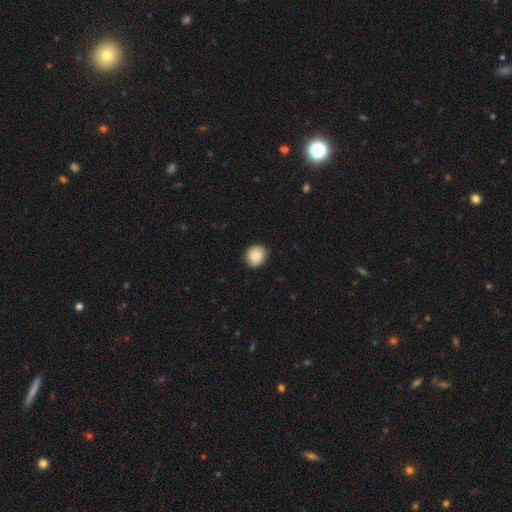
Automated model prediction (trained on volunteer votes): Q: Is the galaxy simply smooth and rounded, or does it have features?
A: smooth — 85%.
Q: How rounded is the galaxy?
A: round — 86%.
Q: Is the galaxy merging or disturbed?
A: none — 88%.